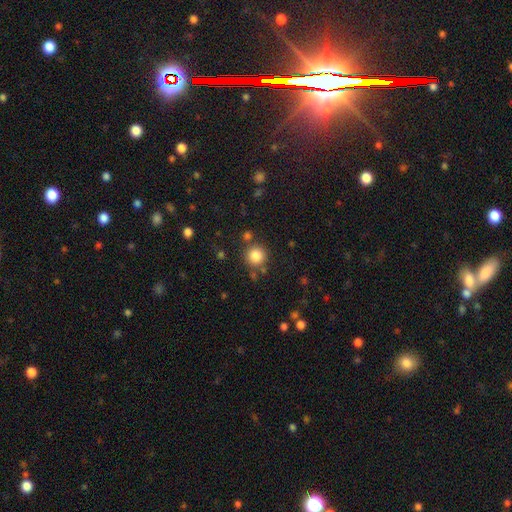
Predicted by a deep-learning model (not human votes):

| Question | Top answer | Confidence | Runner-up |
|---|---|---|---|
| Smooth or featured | smooth | 83% | star or artifact (11%) |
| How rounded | round | 94% | in between (5%) |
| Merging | none | 82% | minor disturbance (8%) |